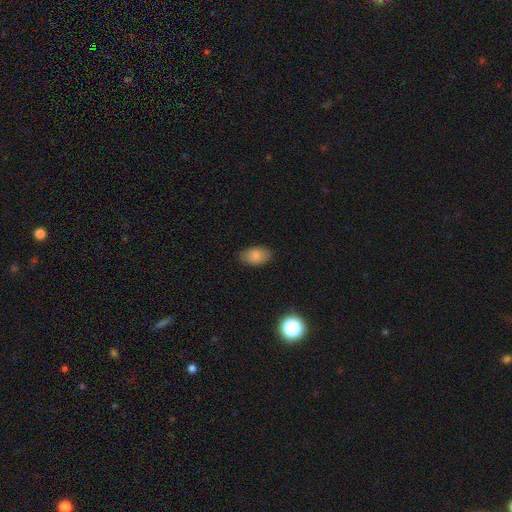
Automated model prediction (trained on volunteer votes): A smooth galaxy with no disk features (83%) that is in between round and cigar-shaped (92%).

Vote fractions:
- Smooth or featured? smooth: 83% / featured or disk: 9% / star or artifact: 8%
- How rounded? in between: 92% / round: 6% / cigar-shaped: 2%
- Merging? none: 84% / minor disturbance: 12% / major disturbance: 3% / merger: 1%